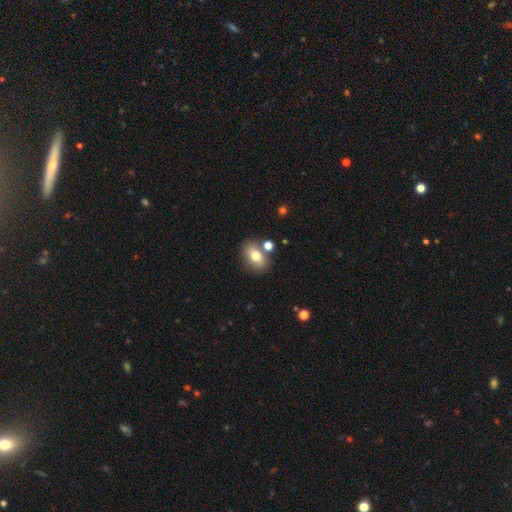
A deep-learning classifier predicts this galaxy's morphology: smooth_or_featured: smooth (p=0.75) [alt: featured or disk p=0.15]
how_rounded: in between (p=0.74) [alt: round p=0.25]
merging: none (p=0.71) [alt: merger p=0.14]